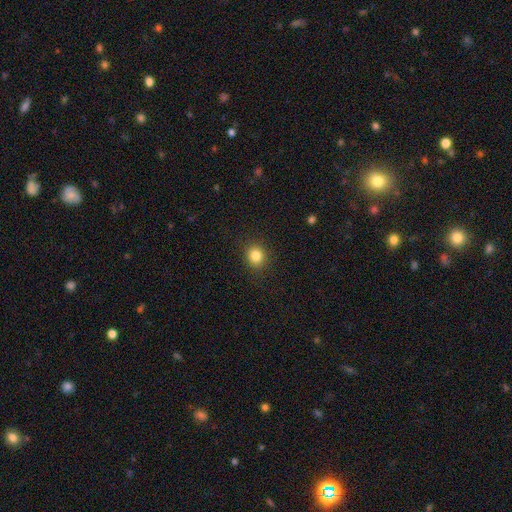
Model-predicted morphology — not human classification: A smooth galaxy with no disk features (83%) that is round (82%).

Vote fractions:
- Smooth or featured? smooth: 83% / star or artifact: 11% / featured or disk: 5%
- How rounded? round: 82% / in between: 17% / cigar-shaped: 1%
- Merging? none: 90% / minor disturbance: 7% / major disturbance: 2% / merger: 1%